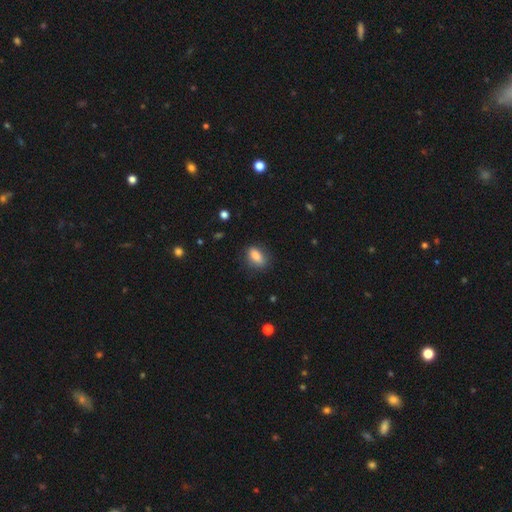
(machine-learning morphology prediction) smooth_or_featured: smooth (p=0.84) [alt: featured or disk p=0.09]
how_rounded: in between (p=0.83) [alt: round p=0.09]
merging: none (p=0.79) [alt: minor disturbance p=0.15]